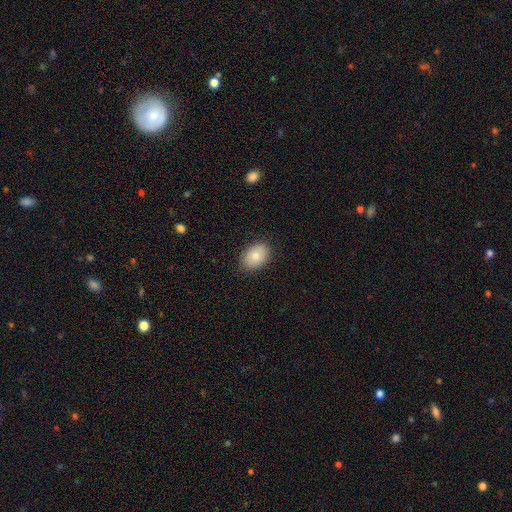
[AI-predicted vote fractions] This appears to be a smooth galaxy with no disk features (81%) that is in between round and cigar-shaped (80%). Merging: none (87%).